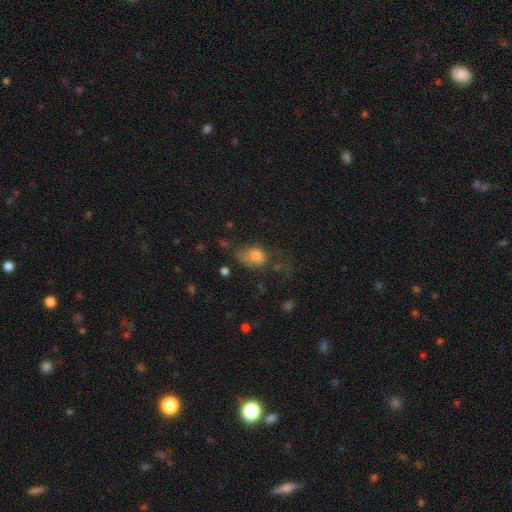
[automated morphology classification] smooth-or-featured: smooth: 77% | featured or disk: 12% | star or artifact: 11%
  how-rounded: in between: 70% | round: 28% | cigar-shaped: 2%
  merging: major disturbance: 34% | minor disturbance: 31% | none: 30% | merger: 6%